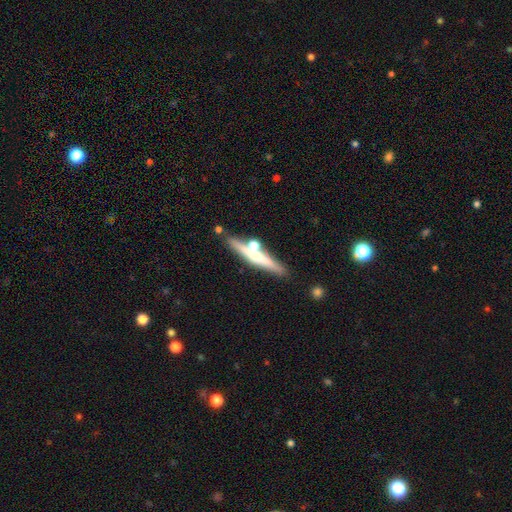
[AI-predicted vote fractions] This appears to be a featured or disk galaxy (57%) viewed edge-on (93%) with a rounded central bulge (81%). Merging: none (72%).